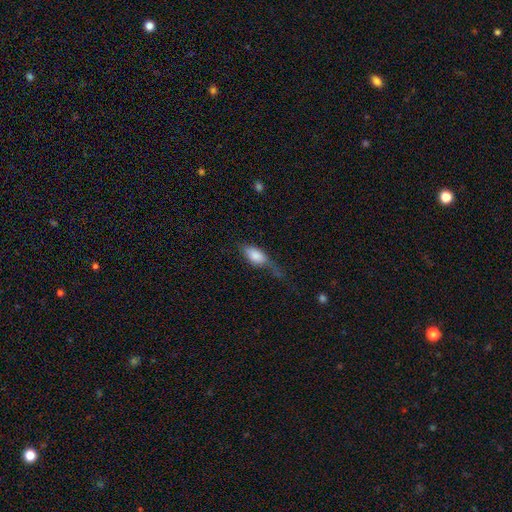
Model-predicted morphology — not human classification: Q: Smooth or featured?
A: smooth (75%); runner-up: featured or disk (18%)
Q: How rounded?
A: in between (87%); runner-up: cigar-shaped (8%)
Q: Merging?
A: major disturbance (39%); runner-up: minor disturbance (32%)